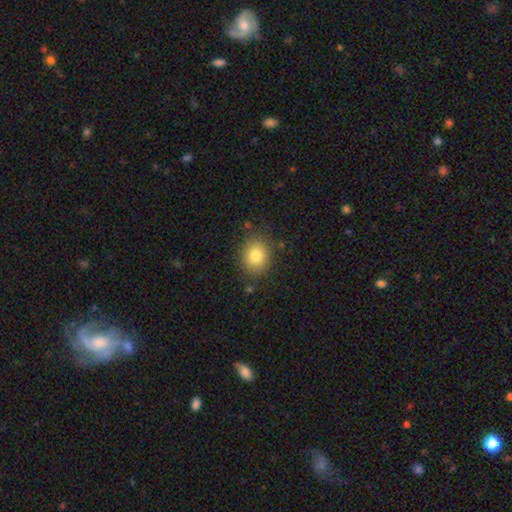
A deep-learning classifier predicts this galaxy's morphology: Smooth or featured? smooth (80%)
How rounded? round (67%)
Merging? none (84%)